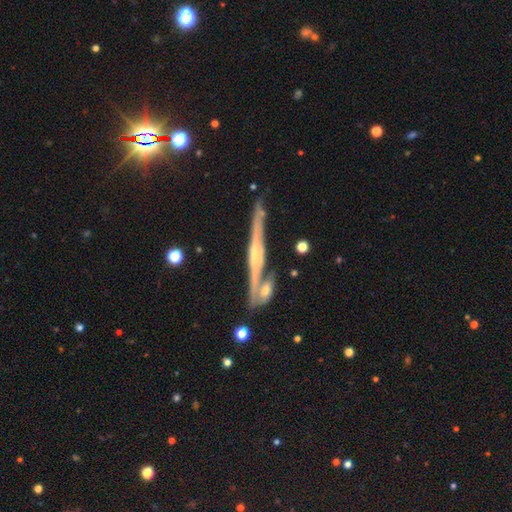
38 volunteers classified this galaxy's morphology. smooth_or_featured: featured or disk (p=0.76) [alt: smooth p=0.18]
disk_edge_on: yes (p=1.00)
edge_on_bulge: boxy (p=0.86) [alt: none p=0.07]
merging: none (p=0.58) [alt: merger p=0.28]